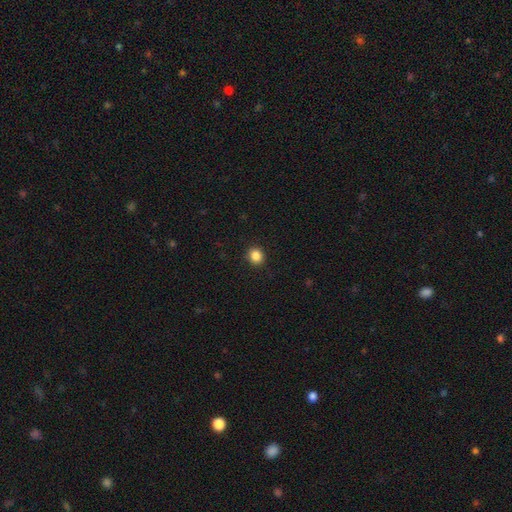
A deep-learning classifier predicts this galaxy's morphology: Smooth or featured?
  - smooth: 86% *
  - star or artifact: 10%
  - featured or disk: 3%
How rounded?
  - round: 81% *
  - in between: 18%
  - cigar-shaped: 1%
Merging?
  - none: 91% *
  - minor disturbance: 7%
  - major disturbance: 2%
  - merger: 1%